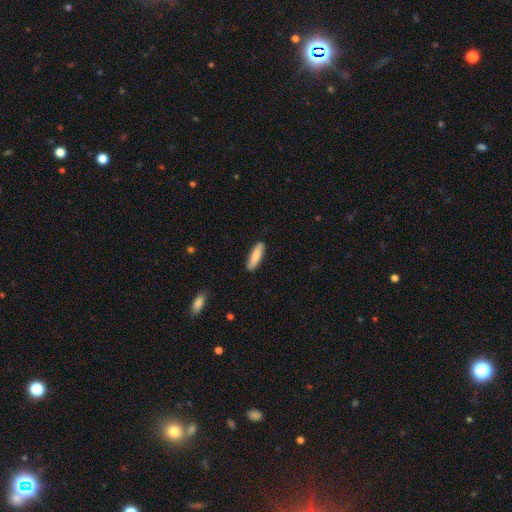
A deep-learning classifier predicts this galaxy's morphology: Smooth or featured? smooth (82%)
How rounded? cigar-shaped (60%)
Merging? none (86%)